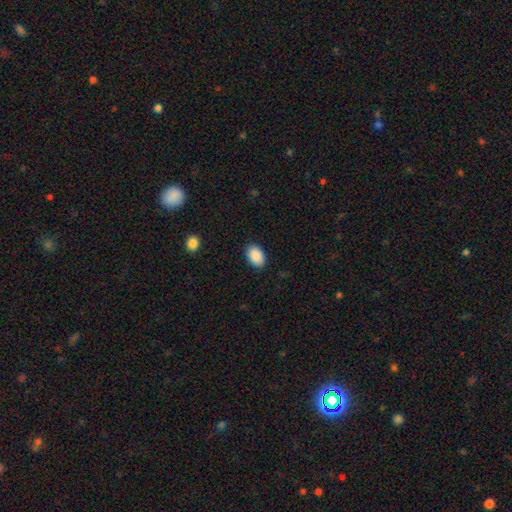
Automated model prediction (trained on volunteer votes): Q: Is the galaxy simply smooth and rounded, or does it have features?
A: smooth — 90%.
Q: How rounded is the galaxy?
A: in between — 87%.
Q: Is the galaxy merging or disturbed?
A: none — 89%.